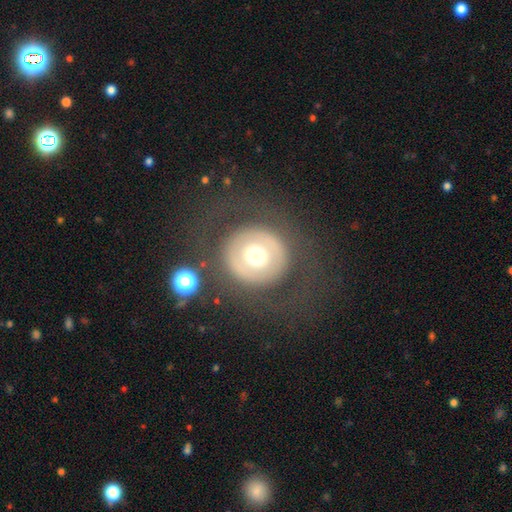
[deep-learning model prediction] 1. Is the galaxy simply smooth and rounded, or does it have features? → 49% smooth, 42% featured or disk, 9% star or artifact.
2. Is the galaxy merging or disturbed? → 78% none, 11% major disturbance, 9% minor disturbance, 2% merger.